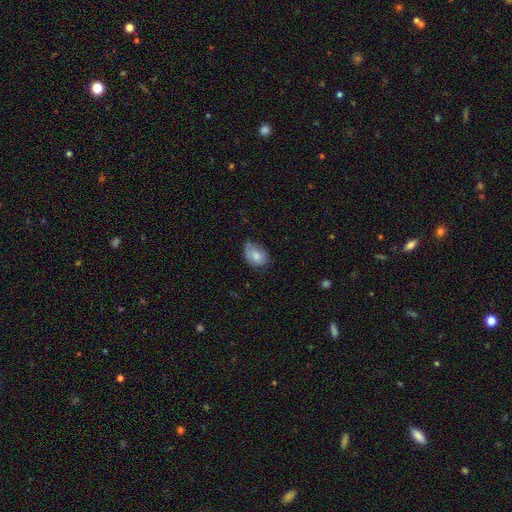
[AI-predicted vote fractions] This is likely a smooth galaxy (78%). How rounded: likely in between (77%). Merging: possibly none (57%).